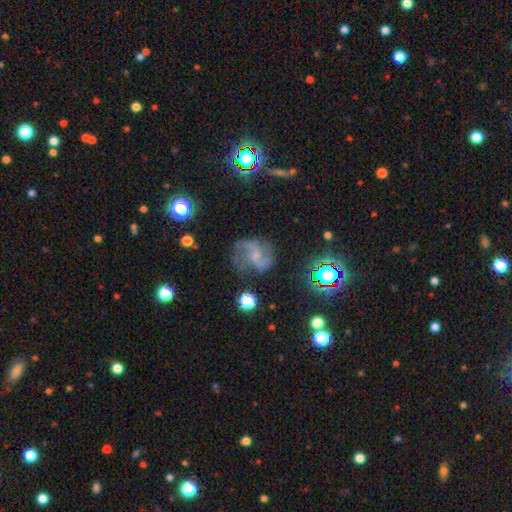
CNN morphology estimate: smooth_or_featured: featured or disk (p=0.80) [alt: star or artifact p=0.10]
disk_edge_on: no (p=0.98) [alt: yes p=0.02]
bar: no (p=0.47) [alt: weak p=0.42]
has_spiral_arms: yes (p=0.95) [alt: no p=0.05]
spiral_winding: loose (p=0.50) [alt: medium p=0.40]
spiral_arm_count: 2 (p=0.75) [alt: 3 p=0.10]
bulge_size: small (p=0.62) [alt: none p=0.19]
merging: none (p=0.65) [alt: minor disturbance p=0.19]